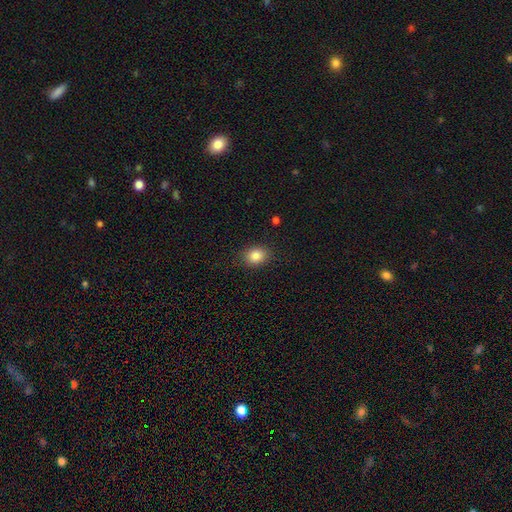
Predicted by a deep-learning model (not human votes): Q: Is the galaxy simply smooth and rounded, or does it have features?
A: smooth — 85%.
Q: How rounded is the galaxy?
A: round — 52%.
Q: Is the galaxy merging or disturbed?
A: none — 86%.